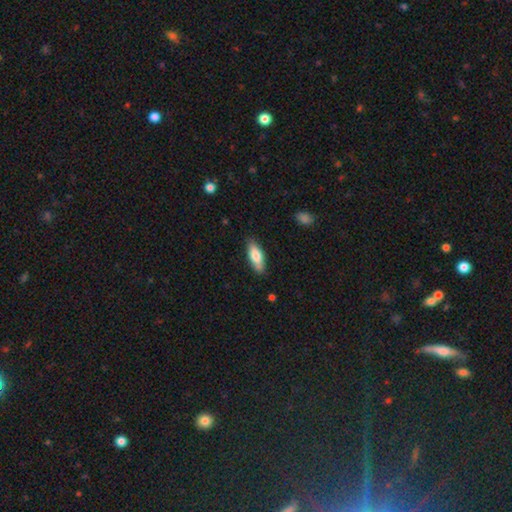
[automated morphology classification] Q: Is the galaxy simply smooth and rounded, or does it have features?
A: smooth — 76%.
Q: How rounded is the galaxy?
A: in between — 66%.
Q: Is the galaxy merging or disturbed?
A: none — 82%.